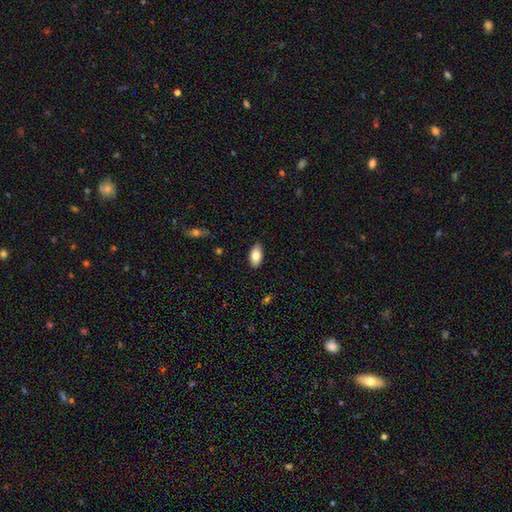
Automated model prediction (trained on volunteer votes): smooth_or_featured: smooth (p=0.84) [alt: featured or disk p=0.09]
how_rounded: in between (p=0.93) [alt: round p=0.04]
merging: none (p=0.86) [alt: minor disturbance p=0.11]